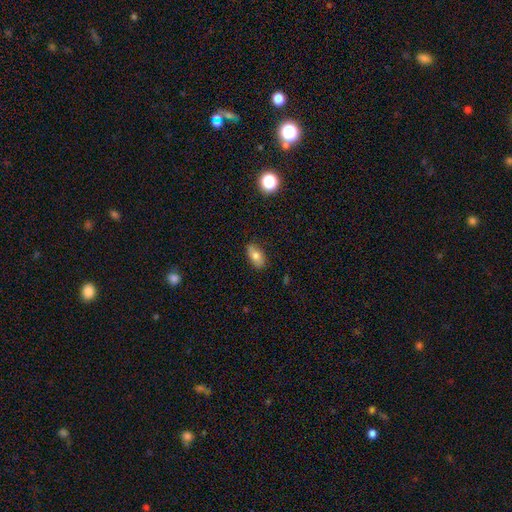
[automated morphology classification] smooth-or-featured: smooth: 74% | featured or disk: 17% | star or artifact: 9%
  how-rounded: in between: 88% | cigar-shaped: 6% | round: 6%
  merging: none: 82% | minor disturbance: 14% | major disturbance: 2% | merger: 1%